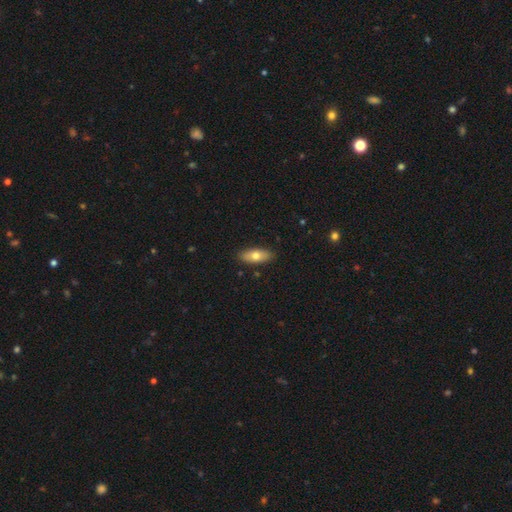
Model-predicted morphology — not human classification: type=smooth (70%); roundness=in between (77%); merging=none (88%).